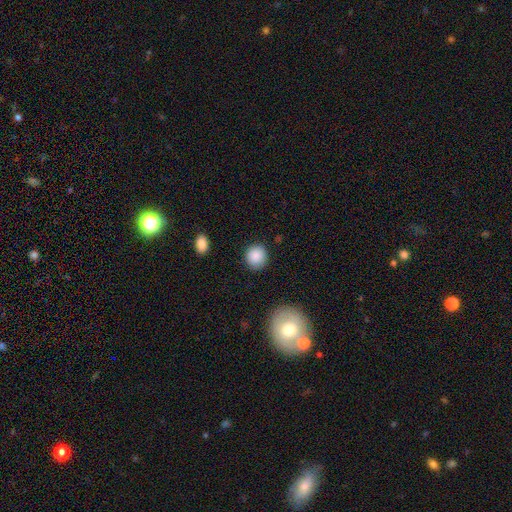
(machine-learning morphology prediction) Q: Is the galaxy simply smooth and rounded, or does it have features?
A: smooth — 88%.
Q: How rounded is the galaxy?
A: round — 88%.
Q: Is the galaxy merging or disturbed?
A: none — 88%.